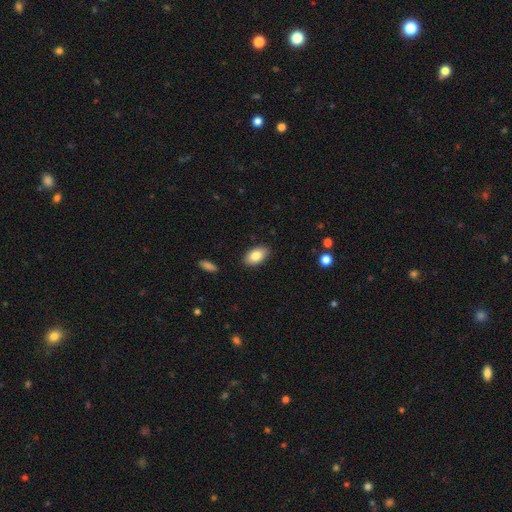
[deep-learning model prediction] Smooth or featured?
  - smooth: 84% *
  - featured or disk: 9%
  - star or artifact: 7%
How rounded?
  - in between: 94% *
  - round: 5%
  - cigar-shaped: 2%
Merging?
  - none: 87% *
  - minor disturbance: 10%
  - major disturbance: 2%
  - merger: 1%